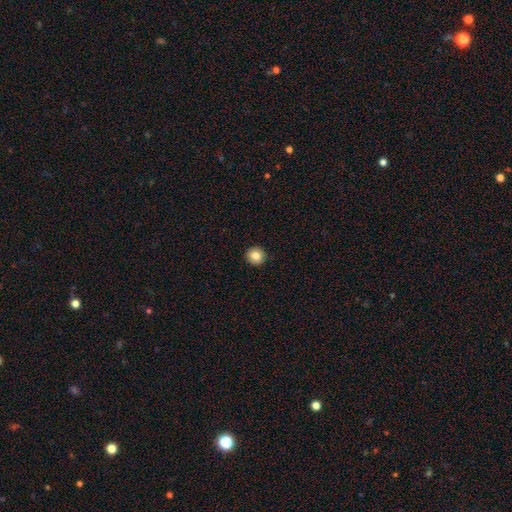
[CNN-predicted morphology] Smooth or featured: smooth — 83% (star or artifact — 9%)
How rounded: round — 94% (in between — 5%)
Merging: none — 93% (minor disturbance — 4%)